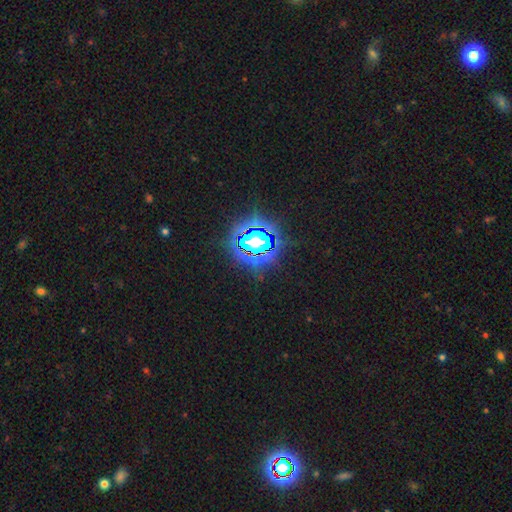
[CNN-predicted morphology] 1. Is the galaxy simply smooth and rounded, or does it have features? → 74% star or artifact, 15% smooth, 11% featured or disk.